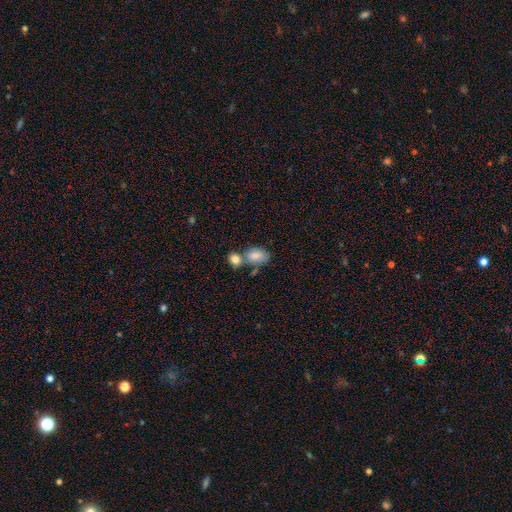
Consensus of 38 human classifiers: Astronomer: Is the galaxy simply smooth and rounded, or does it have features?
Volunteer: smooth — 79%.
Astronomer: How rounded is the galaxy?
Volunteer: in between — 73%.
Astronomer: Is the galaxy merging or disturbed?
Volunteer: merger — 56%.